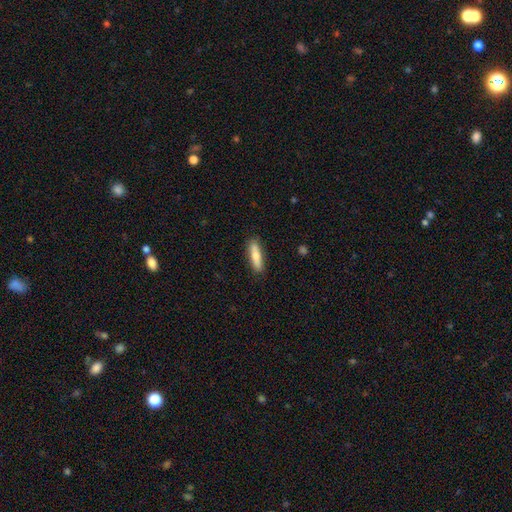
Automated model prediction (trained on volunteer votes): Q: Smooth or featured?
A: smooth (72%); runner-up: featured or disk (22%)
Q: How rounded?
A: cigar-shaped (73%); runner-up: in between (25%)
Q: Merging?
A: none (87%); runner-up: minor disturbance (10%)